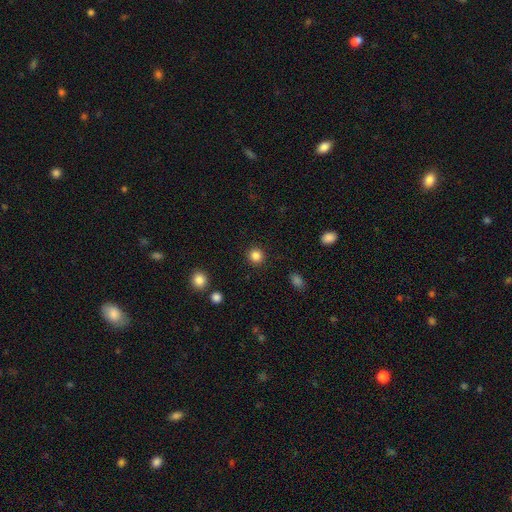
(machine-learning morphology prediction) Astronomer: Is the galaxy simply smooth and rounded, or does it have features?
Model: smooth — 85%.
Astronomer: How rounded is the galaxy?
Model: round — 93%.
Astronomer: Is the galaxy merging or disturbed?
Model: none — 91%.